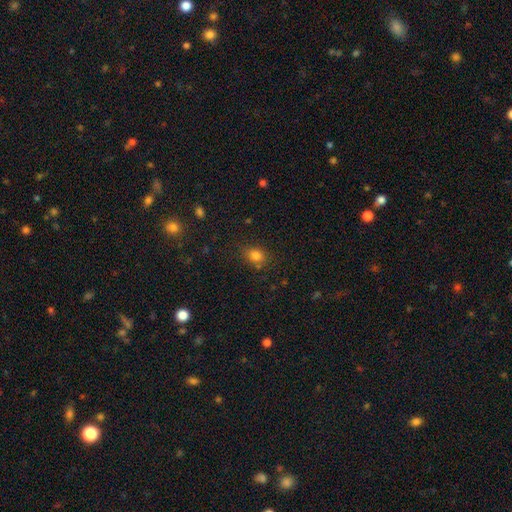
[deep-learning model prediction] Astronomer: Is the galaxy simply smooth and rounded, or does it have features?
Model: smooth — 80%.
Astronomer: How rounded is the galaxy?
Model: in between — 51% (runner-up: round, 48%).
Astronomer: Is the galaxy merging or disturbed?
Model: none — 73%.